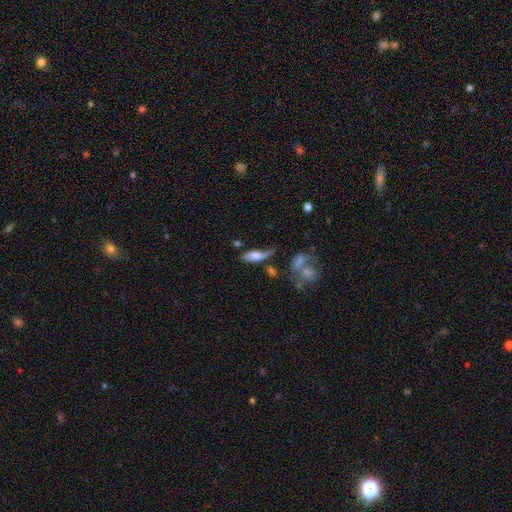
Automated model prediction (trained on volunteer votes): Smooth or featured? Predicted: smooth (p=0.62). How rounded? Predicted: in between (p=0.71). Merging? Predicted: none (p=0.34).